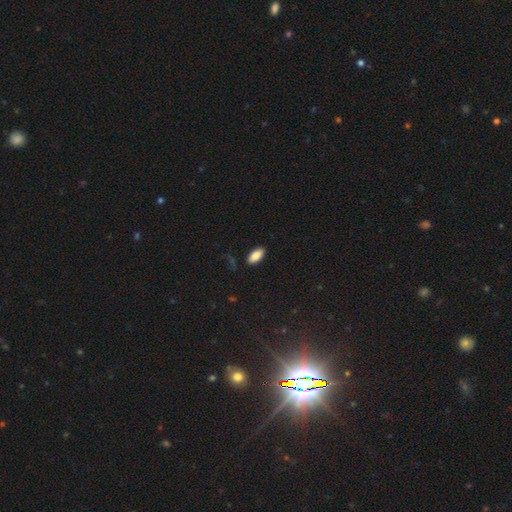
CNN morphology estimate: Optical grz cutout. It shows a smooth galaxy with no disk features (86%) that is in between round and cigar-shaped (90%). Merging: none (88%).